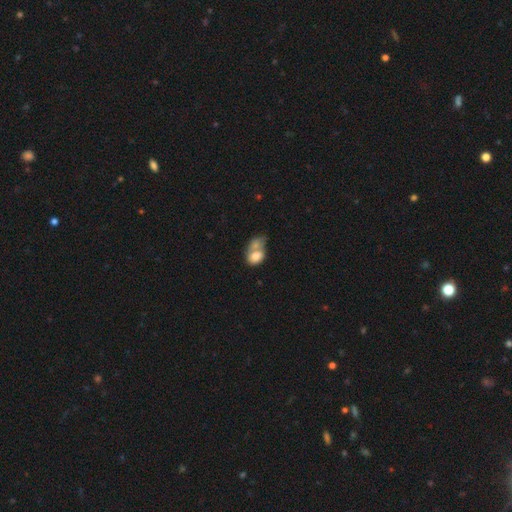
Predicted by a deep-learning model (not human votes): A smooth galaxy with no disk features (75%) that is in between round and cigar-shaped (75%).

Vote fractions:
- Smooth or featured? smooth: 75% / featured or disk: 18% / star or artifact: 8%
- How rounded? in between: 75% / round: 23% / cigar-shaped: 1%
- Merging? merger: 66% / none: 16% / minor disturbance: 9% / major disturbance: 8%